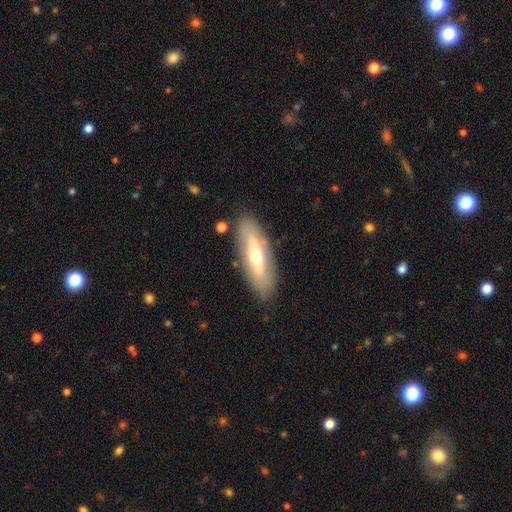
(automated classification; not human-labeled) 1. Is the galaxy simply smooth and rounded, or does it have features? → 49% featured or disk, 44% smooth, 6% star or artifact.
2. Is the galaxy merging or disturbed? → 82% none, 12% minor disturbance, 3% major disturbance, 2% merger.